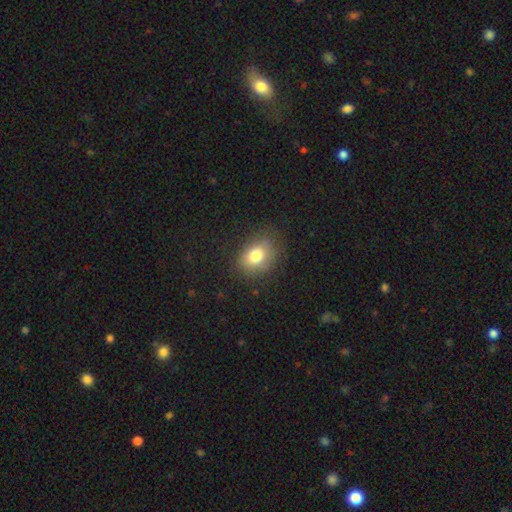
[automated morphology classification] Smooth or featured?
  - smooth: 78% *
  - featured or disk: 11%
  - star or artifact: 10%
How rounded?
  - in between: 67% *
  - round: 32%
  - cigar-shaped: 1%
Merging?
  - none: 76% *
  - minor disturbance: 17%
  - major disturbance: 6%
  - merger: 1%